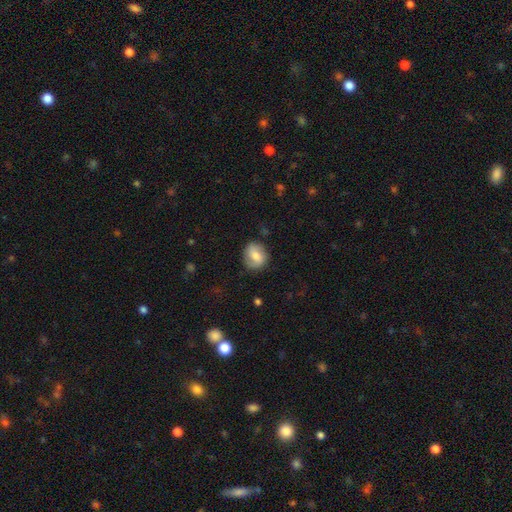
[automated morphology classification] This is likely a smooth galaxy (69%). How rounded: likely round (63%). Merging: likely none (77%).